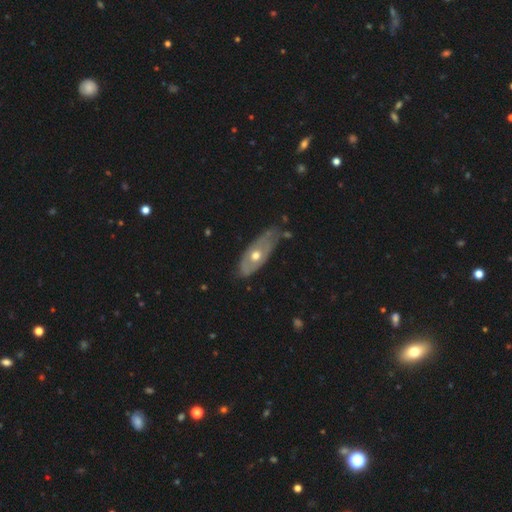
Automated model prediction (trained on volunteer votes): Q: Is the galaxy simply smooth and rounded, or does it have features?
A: featured or disk — 57%.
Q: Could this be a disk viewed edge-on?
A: no — 77%.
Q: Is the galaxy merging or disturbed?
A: none — 52%.